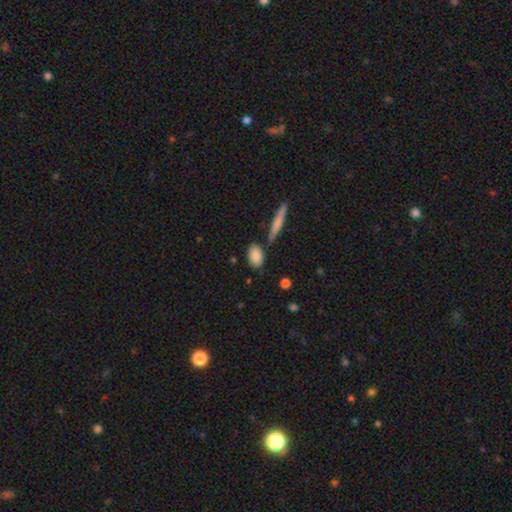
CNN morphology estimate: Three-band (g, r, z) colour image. It shows a smooth galaxy with no disk features (86%) that is in between round and cigar-shaped (87%). Merging: none (75%).